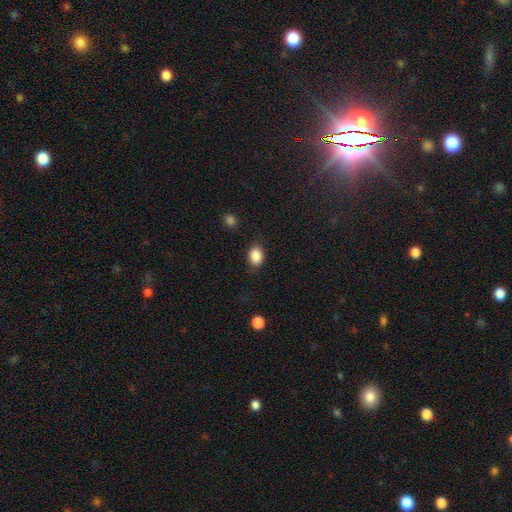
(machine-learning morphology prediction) Smooth or featured: smooth — 88% (star or artifact — 8%)
How rounded: in between — 69% (round — 30%)
Merging: none — 82% (minor disturbance — 13%)